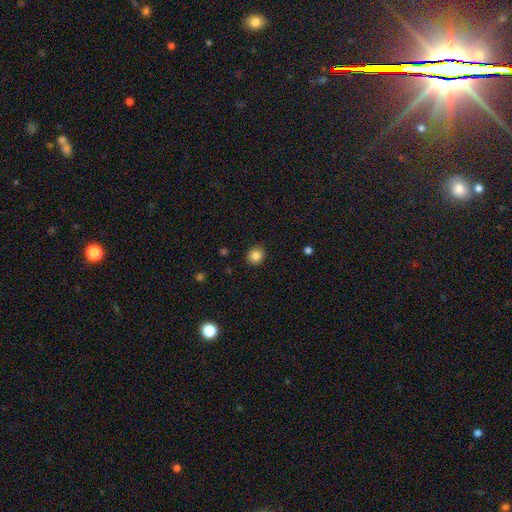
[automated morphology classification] Smooth or featured? smooth (85%)
How rounded? round (84%)
Merging? none (91%)